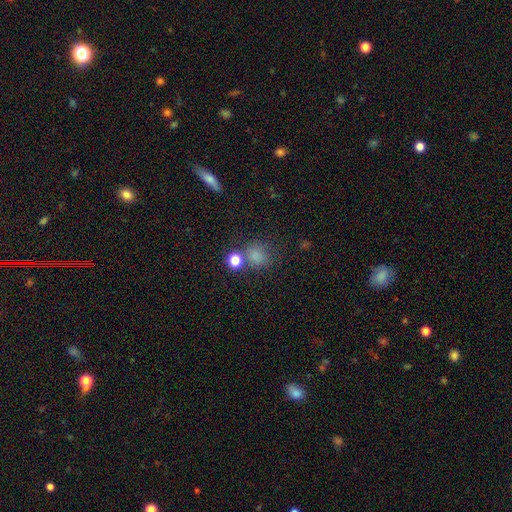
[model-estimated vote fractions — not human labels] smooth 74%, star or artifact 19%, featured or disk 7%. Down the decision tree: how rounded — round (83%); merging — none (65%).